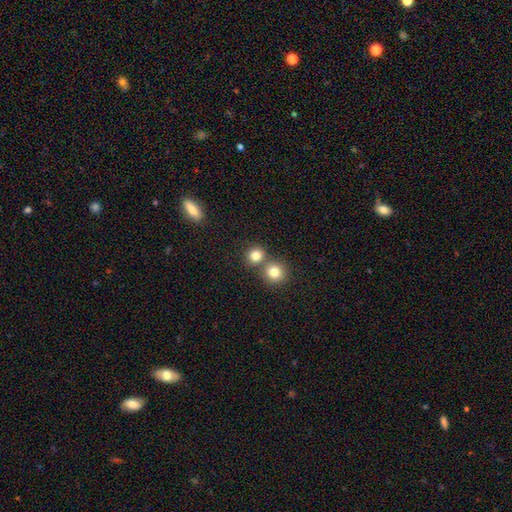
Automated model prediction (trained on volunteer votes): Overall: smooth (81%). How rounded: round (88%). Merging: none (63%; merger 29%).